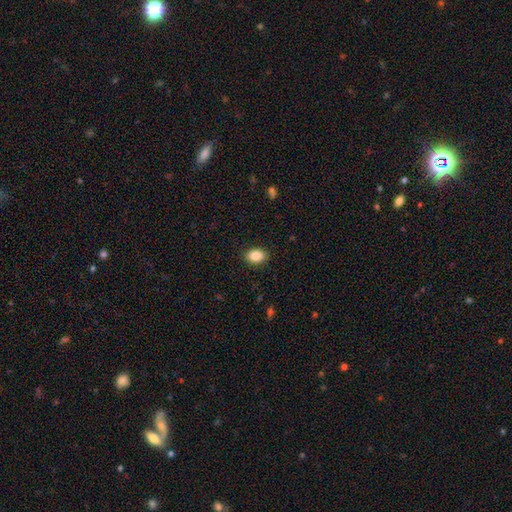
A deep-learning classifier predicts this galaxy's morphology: Q: Smooth or featured?
A: smooth (88%); runner-up: star or artifact (8%)
Q: How rounded?
A: in between (78%); runner-up: round (21%)
Q: Merging?
A: none (89%); runner-up: minor disturbance (8%)